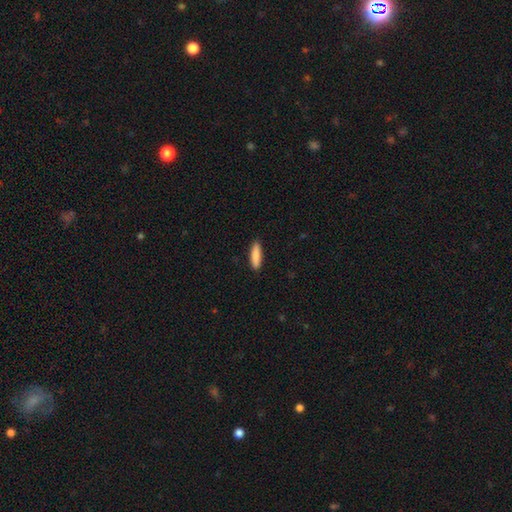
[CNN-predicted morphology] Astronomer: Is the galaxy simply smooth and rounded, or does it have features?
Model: smooth — 88%.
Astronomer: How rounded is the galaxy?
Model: cigar-shaped — 69%.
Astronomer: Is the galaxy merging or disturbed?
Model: none — 90%.